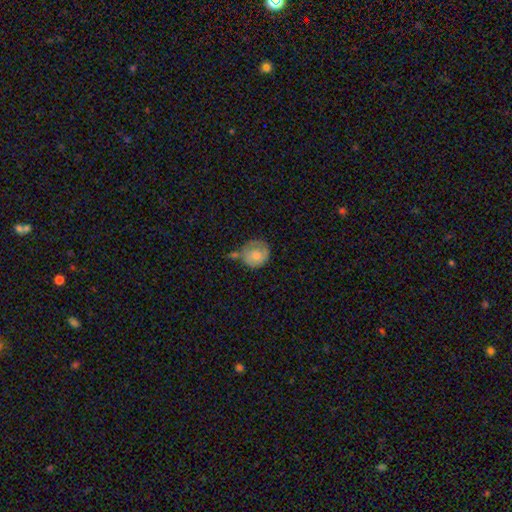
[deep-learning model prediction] Smooth or featured: smooth — 66% (featured or disk — 27%)
How rounded: round — 83% (in between — 16%)
Merging: none — 42% (minor disturbance — 28%)